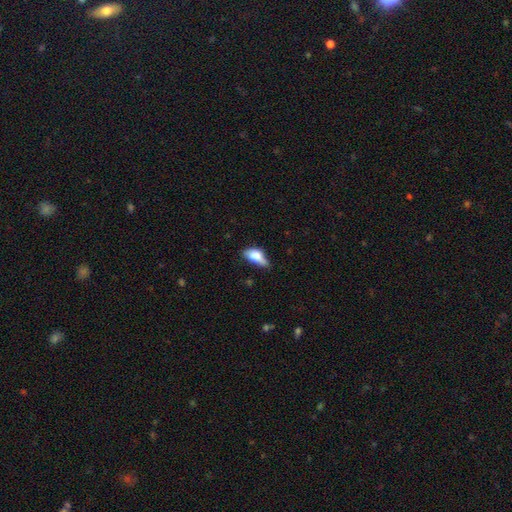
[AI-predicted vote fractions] This is likely a smooth galaxy (75%). How rounded: clearly in between (87%). Merging: marginally minor disturbance (42%).